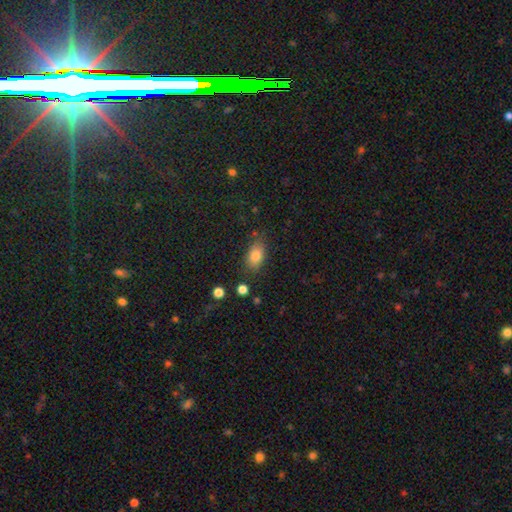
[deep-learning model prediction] smooth 81%, star or artifact 10%, featured or disk 9%. Down the decision tree: how rounded — in between (85%); merging — none (77%).